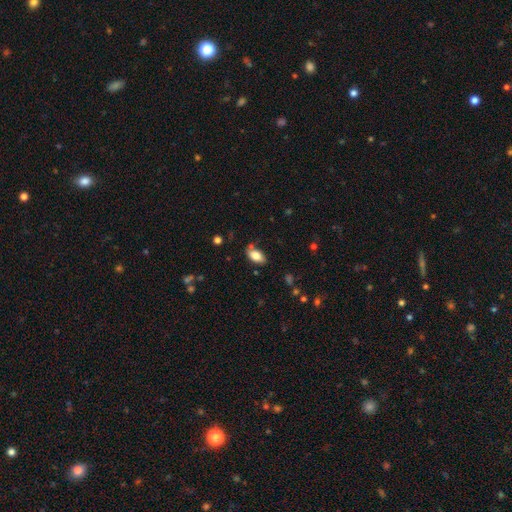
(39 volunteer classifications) Smooth or featured? 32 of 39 (82%) said smooth. How rounded? 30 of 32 (94%) said in between. Merging? 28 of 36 (78%) said none.